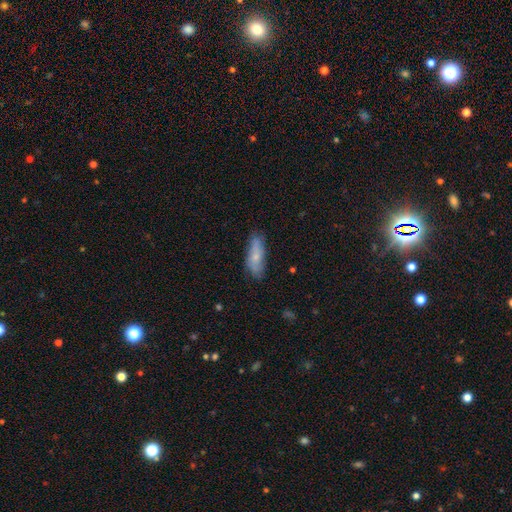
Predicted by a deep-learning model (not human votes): Smooth or featured? Predicted: smooth (p=0.66). How rounded? Predicted: in between (p=0.59). Merging? Predicted: none (p=0.68).